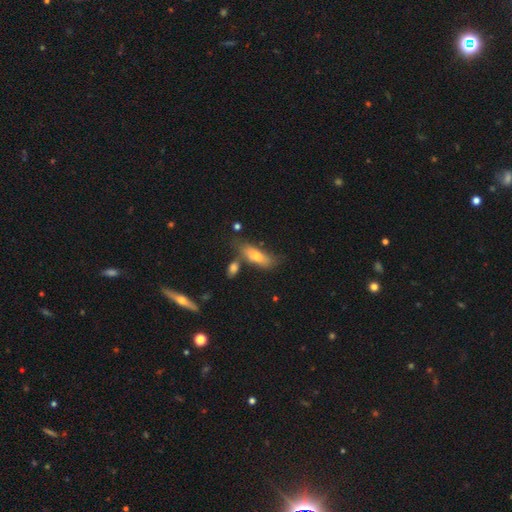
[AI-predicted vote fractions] smooth 65%, featured or disk 27%, star or artifact 8%. Down the decision tree: how rounded — in between (64%); merging — none (59%).